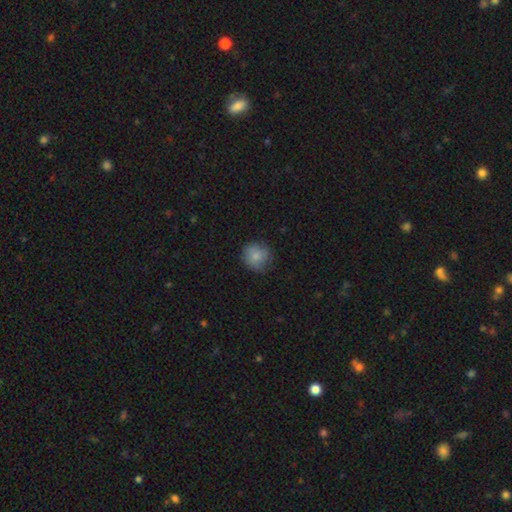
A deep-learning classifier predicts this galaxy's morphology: Overall: smooth (82%). How rounded: round (90%). Merging: none (76%).